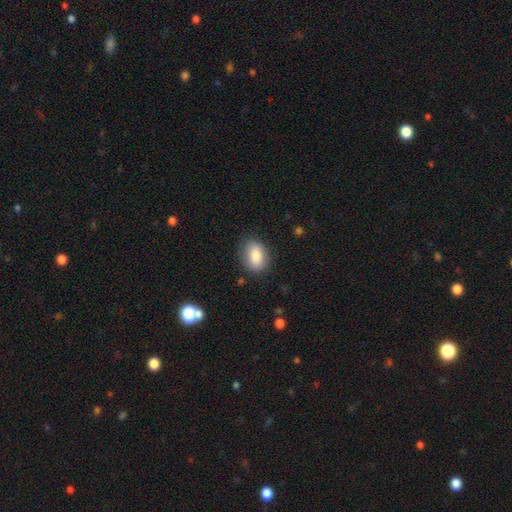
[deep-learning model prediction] Q: Smooth or featured?
A: smooth (83%); runner-up: featured or disk (10%)
Q: How rounded?
A: in between (80%); runner-up: round (18%)
Q: Merging?
A: none (82%); runner-up: minor disturbance (13%)